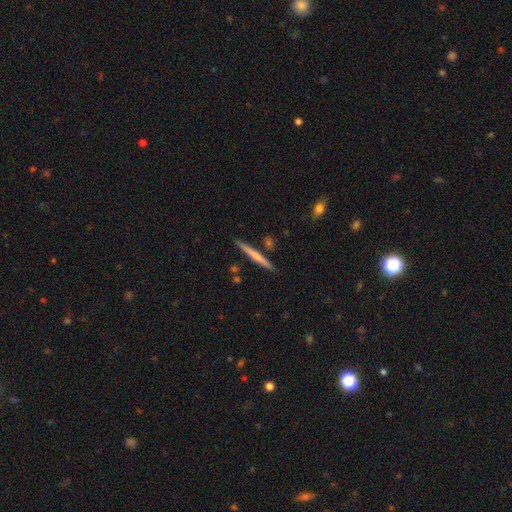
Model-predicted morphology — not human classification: smooth_or_featured: smooth (p=0.54) [alt: featured or disk p=0.41]
how_rounded: cigar-shaped (p=0.96) [alt: in between p=0.02]
merging: none (p=0.87) [alt: minor disturbance p=0.08]